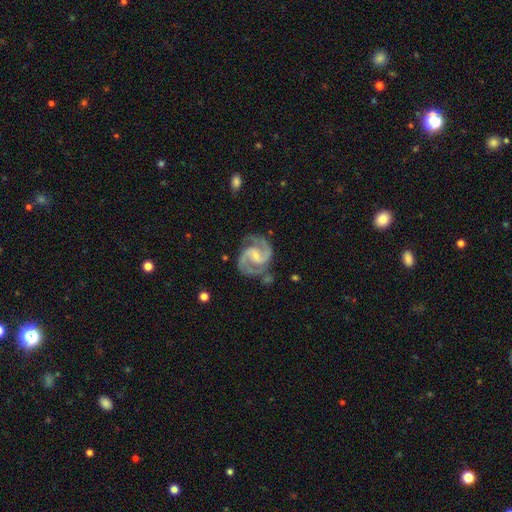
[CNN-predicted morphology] Smooth or featured? Predicted: featured or disk (p=0.93). Edge-on disk? Predicted: no (p=0.98). Bar? Predicted: weak (p=0.53). Spiral arms? Predicted: yes (p=0.99). Spiral winding? Predicted: medium (p=0.64). Spiral arm count? Predicted: 2 (p=0.89). Bulge size? Predicted: small (p=0.63). Merging? Predicted: none (p=0.73).